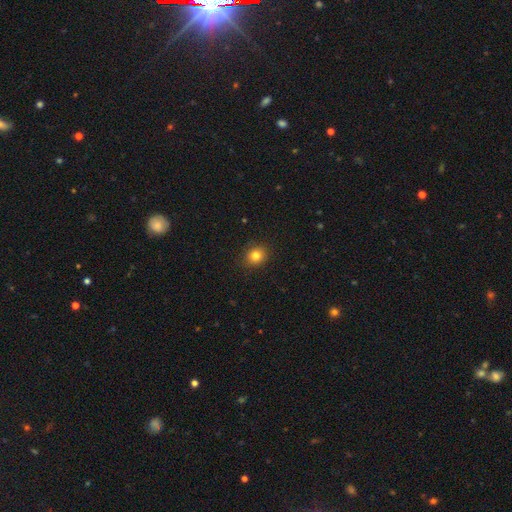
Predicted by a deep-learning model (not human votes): A smooth galaxy with no disk features (82%) that is round (75%). Merging: none (90%).